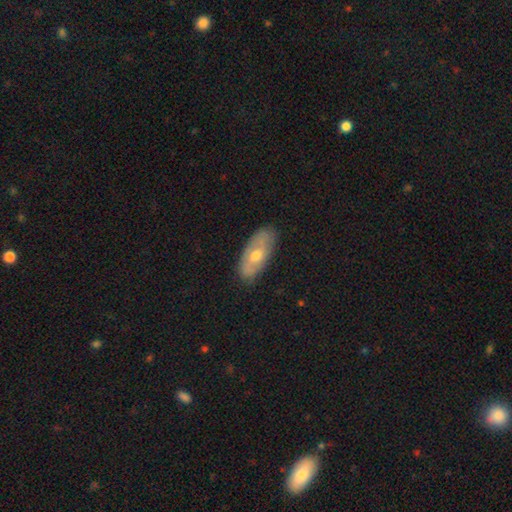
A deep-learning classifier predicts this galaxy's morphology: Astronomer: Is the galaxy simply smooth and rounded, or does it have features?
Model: smooth — 50% (runner-up: featured or disk, 44%).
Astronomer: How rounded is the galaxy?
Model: in between — 86%.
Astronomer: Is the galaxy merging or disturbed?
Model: none — 82%.